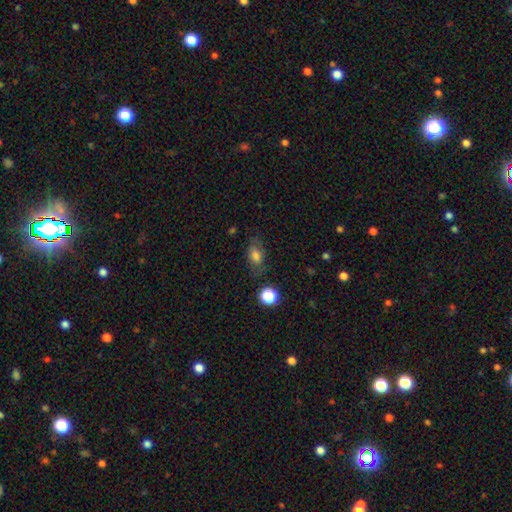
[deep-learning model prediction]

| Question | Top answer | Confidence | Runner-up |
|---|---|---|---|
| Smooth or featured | smooth | 75% | featured or disk (13%) |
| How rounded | in between | 82% | round (14%) |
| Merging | none | 68% | minor disturbance (21%) |